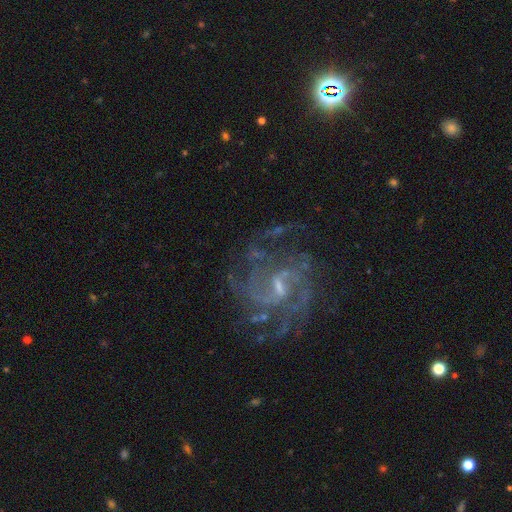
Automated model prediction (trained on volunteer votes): Morphology: type=featured or disk (83%); edge-on=no (98%); bar=weak (54%); spiral arms=yes (96%); winding=tight (48%); arm count=can't tell (27%); bulge=small (62%); merging=none (75%).